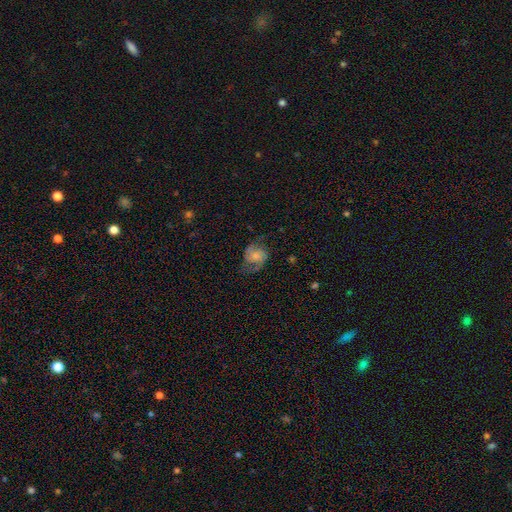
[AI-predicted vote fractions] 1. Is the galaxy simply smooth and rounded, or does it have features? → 62% featured or disk, 29% smooth, 8% star or artifact.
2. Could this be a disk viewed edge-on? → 97% no, 3% yes.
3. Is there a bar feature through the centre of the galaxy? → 68% no, 27% weak, 5% strong.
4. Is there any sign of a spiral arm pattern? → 91% yes, 9% no.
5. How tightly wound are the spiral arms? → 47% medium, 35% loose, 19% tight.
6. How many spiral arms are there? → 87% 2, 6% can't tell, 3% 1, 2% 3, 1% 4, 1% more than 4.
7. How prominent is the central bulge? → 44% small, 35% moderate, 12% none, 7% large, 2% dominant.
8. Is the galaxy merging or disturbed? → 63% none, 22% minor disturbance, 14% major disturbance, 1% merger.